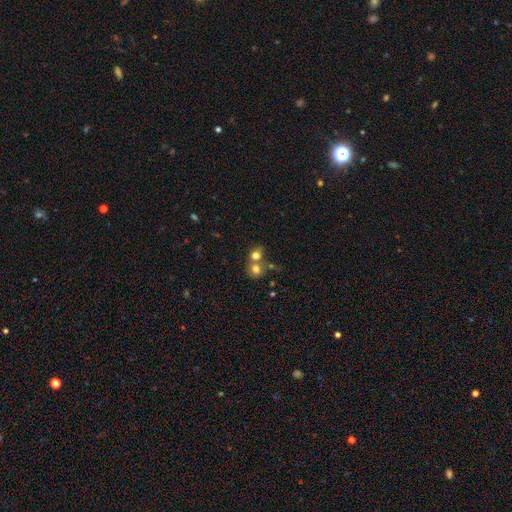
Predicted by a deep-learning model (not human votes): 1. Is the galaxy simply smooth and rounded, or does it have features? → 74% smooth, 13% star or artifact, 13% featured or disk.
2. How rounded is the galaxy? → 76% round, 23% in between, 1% cigar-shaped.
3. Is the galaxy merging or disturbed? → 55% merger, 36% none, 6% minor disturbance, 3% major disturbance.